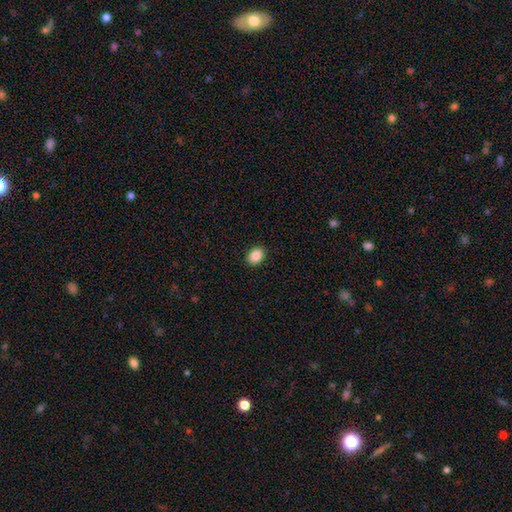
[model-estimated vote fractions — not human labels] smooth 88%, star or artifact 8%, featured or disk 4%. Down the decision tree: how rounded — in between (65%); merging — none (91%).